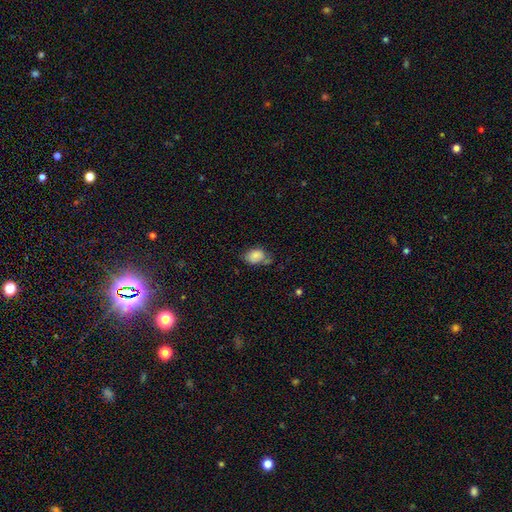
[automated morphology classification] type=smooth (76%); roundness=in between (78%); merging=none (46%).